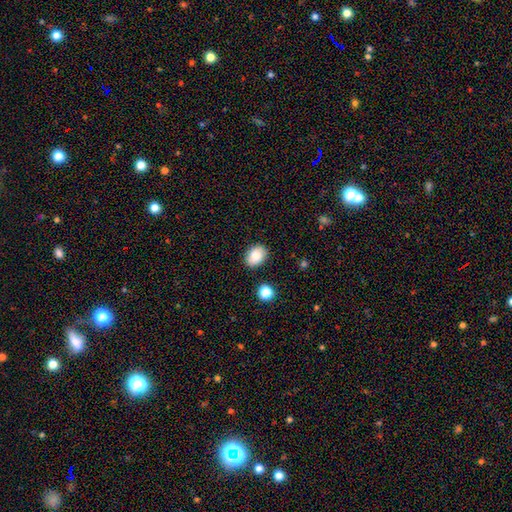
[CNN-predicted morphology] smooth-or-featured: smooth: 82% | featured or disk: 9% | star or artifact: 9%
  how-rounded: in between: 67% | round: 32% | cigar-shaped: 1%
  merging: none: 84% | minor disturbance: 11% | merger: 3% | major disturbance: 2%